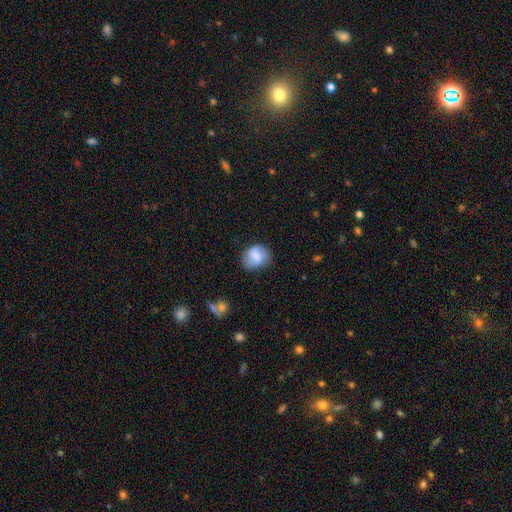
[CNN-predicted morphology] smooth 71%, featured or disk 21%, star or artifact 8%. Down the decision tree: how rounded — round (61%); merging — none (68%).